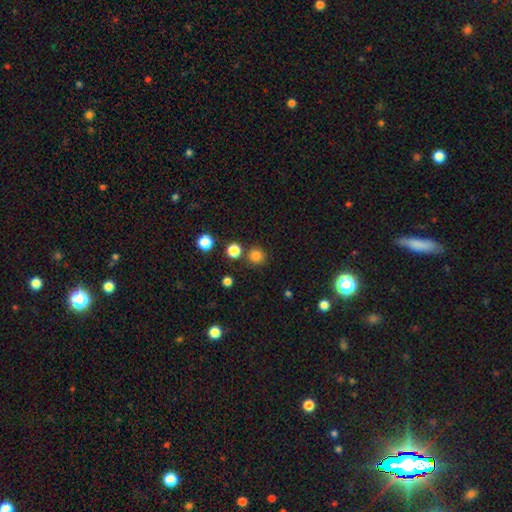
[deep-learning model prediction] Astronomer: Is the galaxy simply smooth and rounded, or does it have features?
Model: smooth — 80%.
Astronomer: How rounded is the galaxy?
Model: round — 93%.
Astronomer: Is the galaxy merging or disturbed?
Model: none — 82%.